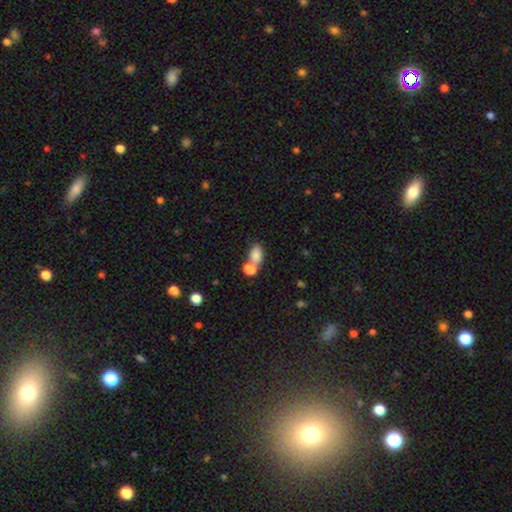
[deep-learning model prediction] Morphology: type=smooth (83%); roundness=in between (82%); merging=none (46%).